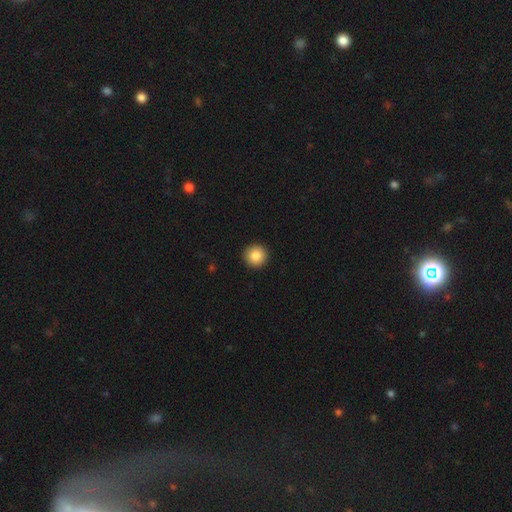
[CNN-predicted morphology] A smooth galaxy with no disk features (87%) that is round (96%).

Vote fractions:
- Smooth or featured? smooth: 87% / star or artifact: 9% / featured or disk: 5%
- How rounded? round: 96% / in between: 3% / cigar-shaped: 1%
- Merging? none: 93% / minor disturbance: 4% / major disturbance: 1% / merger: 1%